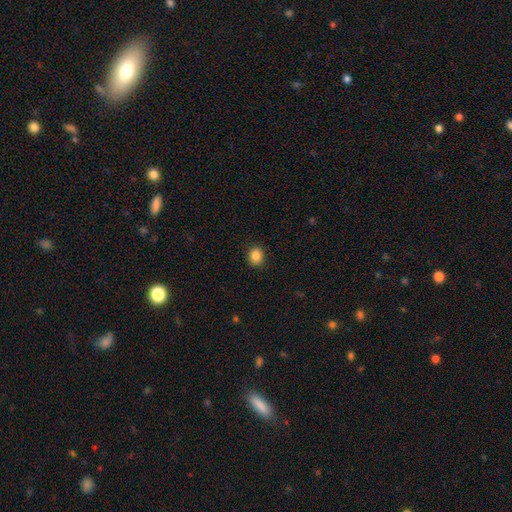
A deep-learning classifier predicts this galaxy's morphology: type=smooth (86%); roundness=round (69%); merging=none (91%).